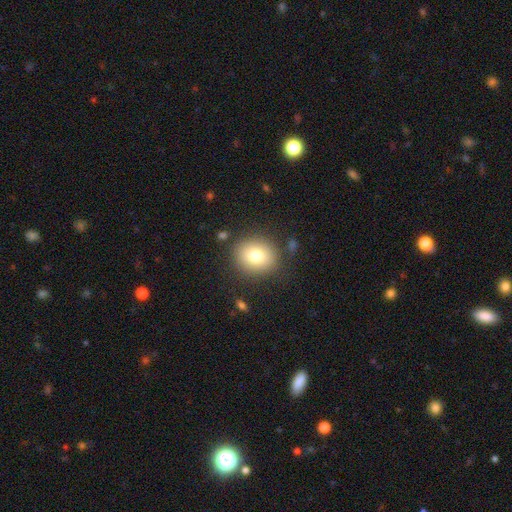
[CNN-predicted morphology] Smooth or featured: smooth — 78% (featured or disk — 12%)
How rounded: round — 76% (in between — 23%)
Merging: none — 85% (minor disturbance — 9%)